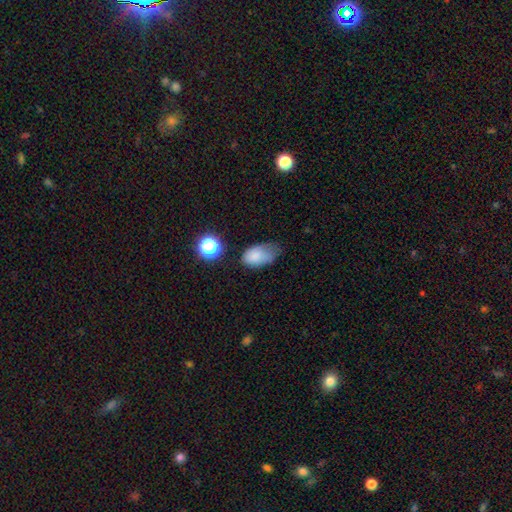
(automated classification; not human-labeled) Q: Smooth or featured?
A: smooth (78%); runner-up: star or artifact (11%)
Q: How rounded?
A: in between (87%); runner-up: round (12%)
Q: Merging?
A: minor disturbance (42%); runner-up: none (34%)